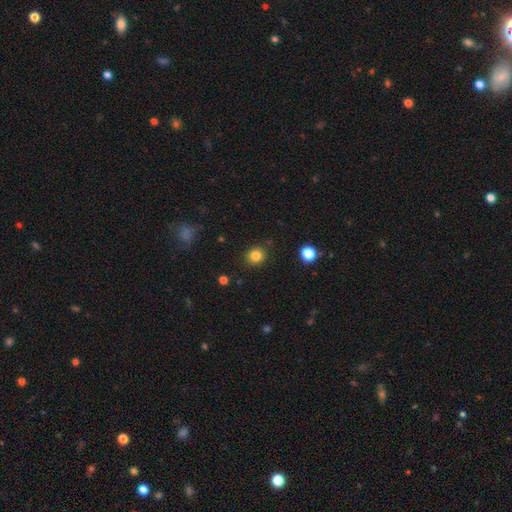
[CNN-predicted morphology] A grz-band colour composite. It shows a smooth galaxy with no disk features (83%) that is round (85%). Merging: none (88%).